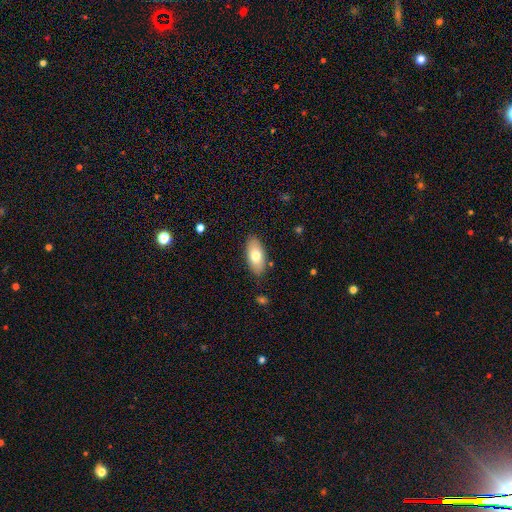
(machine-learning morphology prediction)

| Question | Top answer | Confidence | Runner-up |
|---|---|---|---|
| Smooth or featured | smooth | 74% | featured or disk (19%) |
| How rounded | in between | 91% | cigar-shaped (7%) |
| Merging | none | 85% | minor disturbance (11%) |